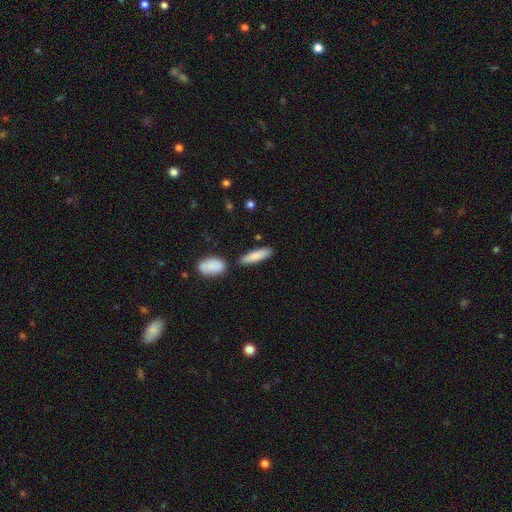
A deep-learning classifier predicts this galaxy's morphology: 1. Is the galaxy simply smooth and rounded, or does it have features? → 84% smooth, 10% featured or disk, 6% star or artifact.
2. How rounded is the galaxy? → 64% cigar-shaped, 34% in between, 2% round.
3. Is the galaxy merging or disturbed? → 78% none, 10% minor disturbance, 9% merger, 2% major disturbance.